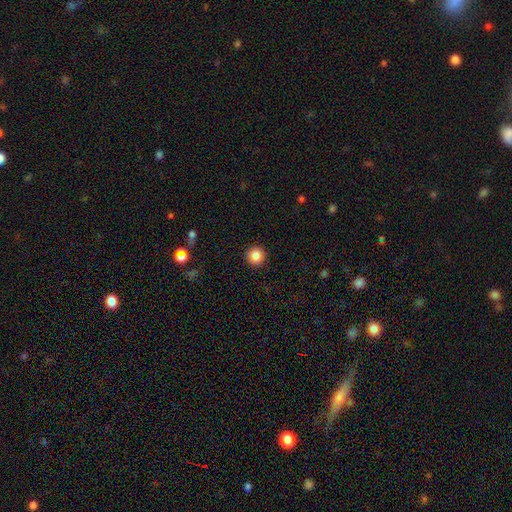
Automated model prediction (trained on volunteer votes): The model was most divided on "smooth or featured": smooth: 86%, star or artifact: 10%, featured or disk: 4%. More confident: how rounded — round (95%); merging — none (92%).